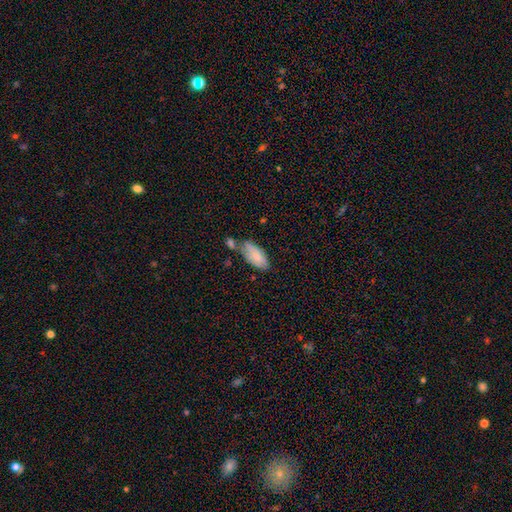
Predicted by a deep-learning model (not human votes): smooth_or_featured: smooth (p=0.77) [alt: featured or disk p=0.16]
how_rounded: in between (p=0.90) [alt: cigar-shaped p=0.07]
merging: none (p=0.46) [alt: minor disturbance p=0.26]